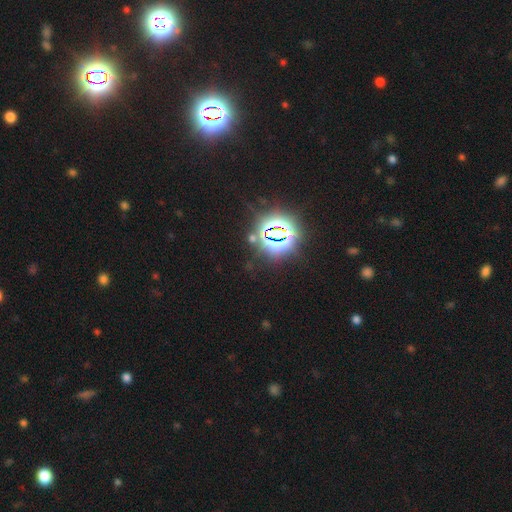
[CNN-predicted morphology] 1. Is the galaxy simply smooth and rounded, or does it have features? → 83% star or artifact, 11% smooth, 6% featured or disk.